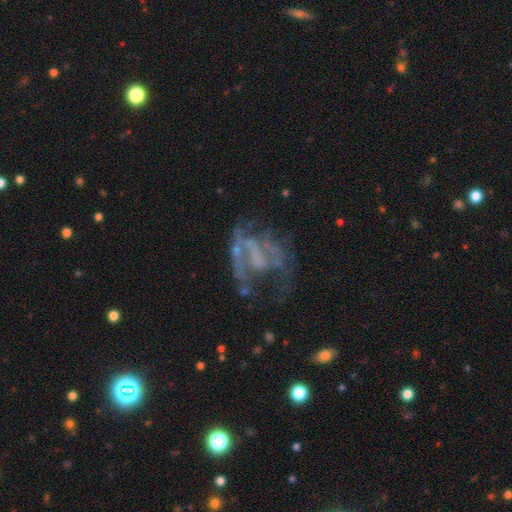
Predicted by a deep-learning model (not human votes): This appears to be a featured or disk galaxy (67%) with no bar (58%), no spiral arms (59%) and no central bulge (72%). Merging: major disturbance (44%).